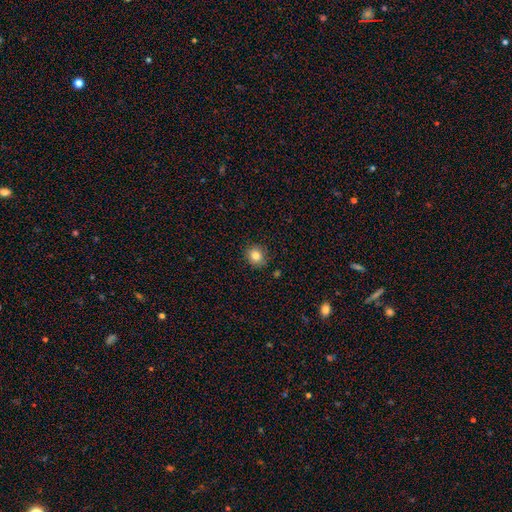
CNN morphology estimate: smooth-or-featured: smooth: 82% | star or artifact: 11% | featured or disk: 7%
  how-rounded: round: 80% | in between: 19% | cigar-shaped: 1%
  merging: none: 87% | minor disturbance: 9% | major disturbance: 2% | merger: 1%